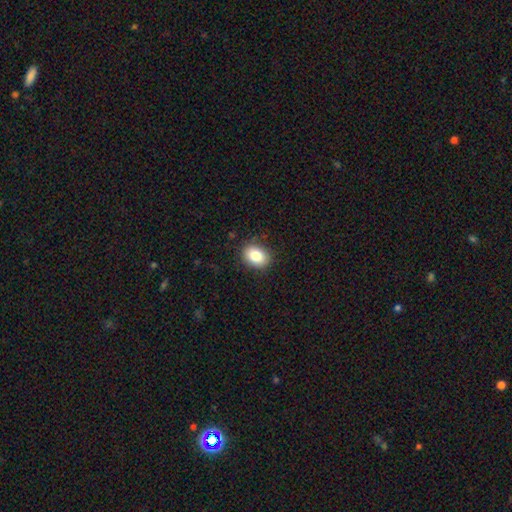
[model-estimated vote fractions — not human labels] Morphology: type=smooth (84%); roundness=in between (67%); merging=none (86%).